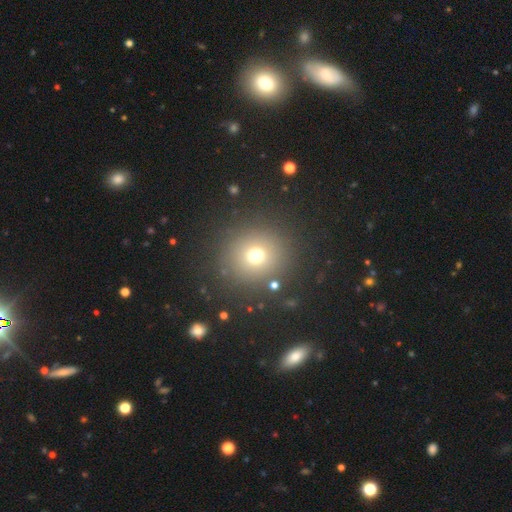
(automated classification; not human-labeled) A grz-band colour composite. It shows a smooth galaxy with no disk features (70%) that is round (90%). Merging: none (87%).